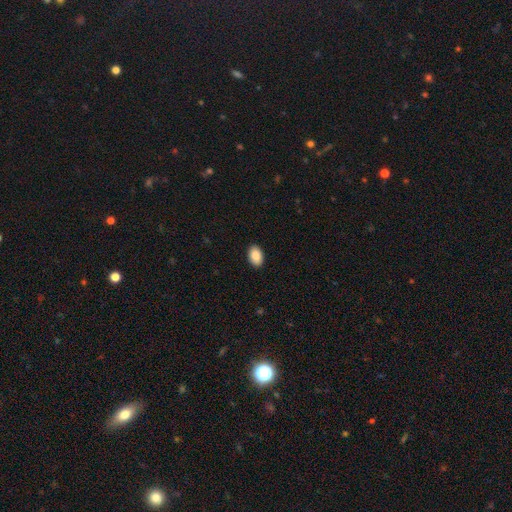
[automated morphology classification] smooth 90%, star or artifact 7%, featured or disk 4%. Down the decision tree: how rounded — in between (90%); merging — none (90%).